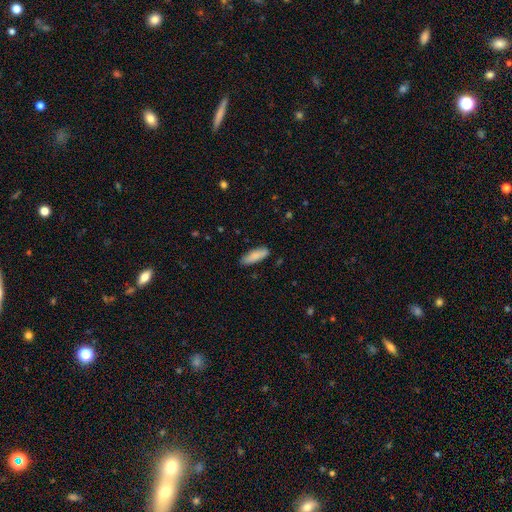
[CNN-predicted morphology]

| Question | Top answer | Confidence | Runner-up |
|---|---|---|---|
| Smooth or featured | smooth | 87% | featured or disk (8%) |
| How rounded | cigar-shaped | 50% | in between (49%) |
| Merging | none | 86% | minor disturbance (10%) |